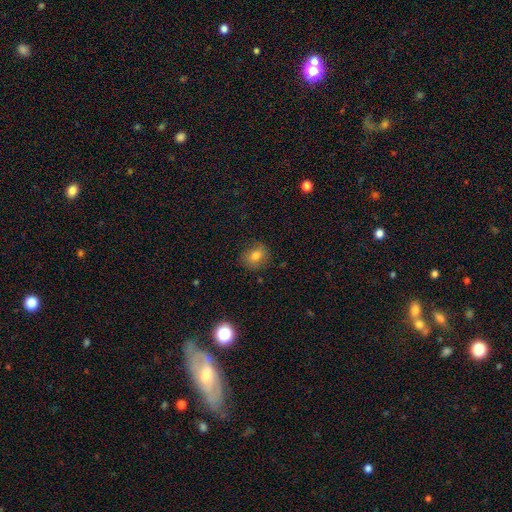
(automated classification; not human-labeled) Q: Smooth or featured?
A: smooth (77%); runner-up: star or artifact (12%)
Q: How rounded?
A: round (71%); runner-up: in between (28%)
Q: Merging?
A: none (82%); runner-up: minor disturbance (13%)